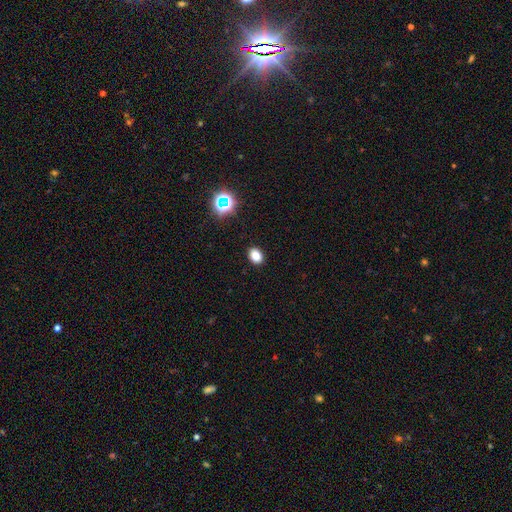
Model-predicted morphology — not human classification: smooth 82%, star or artifact 14%, featured or disk 4%. Down the decision tree: how rounded — in between (71%); merging — none (90%).